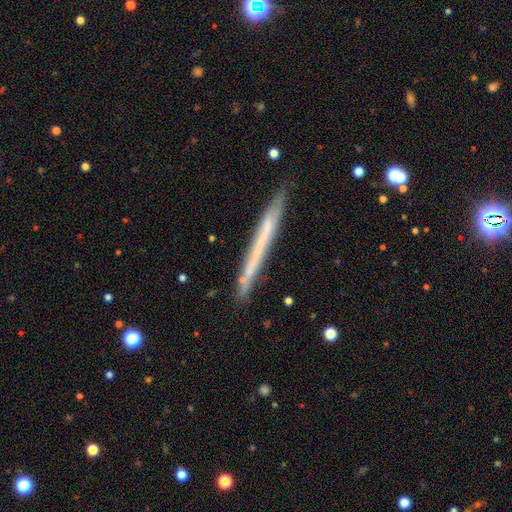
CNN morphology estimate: A featured or disk galaxy (49%). Merging: none (82%).